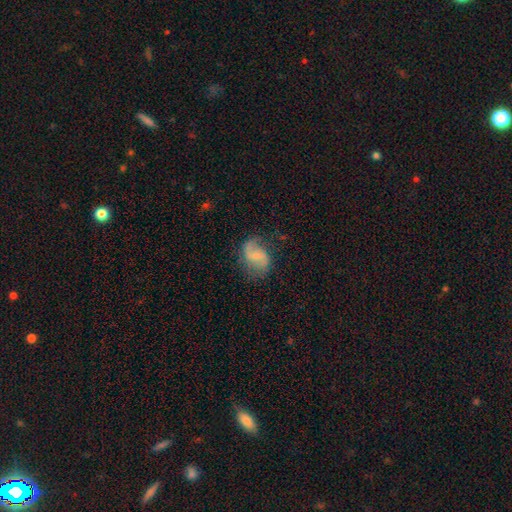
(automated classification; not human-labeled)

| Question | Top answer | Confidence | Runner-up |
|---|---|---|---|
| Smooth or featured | featured or disk | 65% | smooth (28%) |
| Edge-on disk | no | 98% | yes (2%) |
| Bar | weak | 50% | no (35%) |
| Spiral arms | yes | 90% | no (10%) |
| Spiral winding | loose | 56% | medium (34%) |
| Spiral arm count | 2 | 85% | can't tell (6%) |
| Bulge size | small | 55% | moderate (28%) |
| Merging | none | 66% | minor disturbance (22%) |